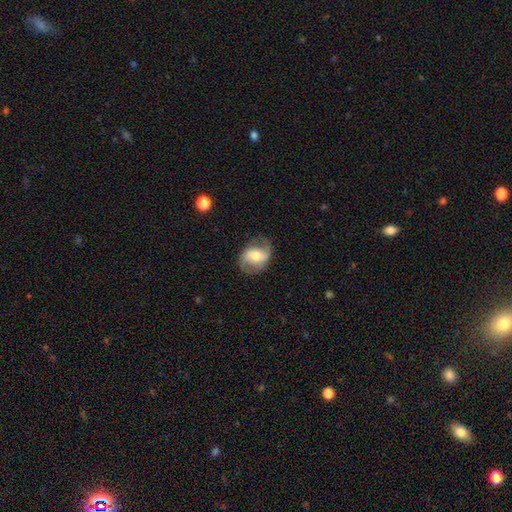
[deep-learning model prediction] Morphology: type=featured or disk (63%); edge-on=no (96%); bar=weak (39%); spiral arms=yes (83%); bulge=moderate (60%); merging=none (71%).